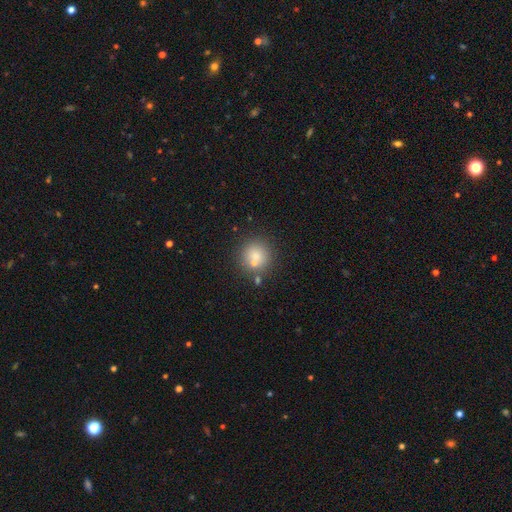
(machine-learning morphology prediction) This appears to be a smooth galaxy with no disk features (75%) that is round (92%). Merging: none (70%).